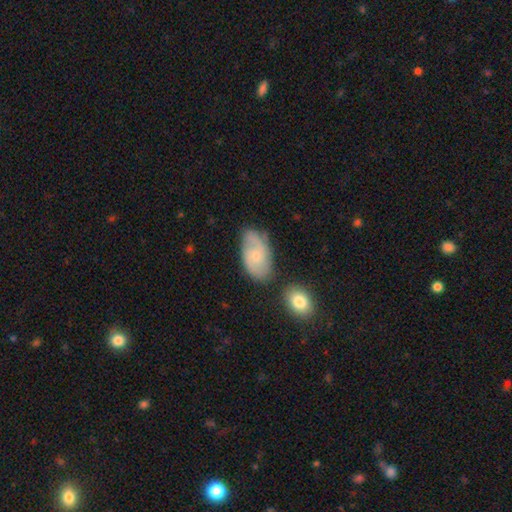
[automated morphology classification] Smooth or featured?
  - featured or disk: 62% *
  - smooth: 31%
  - star or artifact: 7%
Edge-on disk?
  - no: 96% *
  - yes: 4%
Bar?
  - no: 67% *
  - weak: 29%
  - strong: 4%
Spiral arms?
  - yes: 89% *
  - no: 11%
Spiral winding?
  - medium: 45% *
  - tight: 33%
  - loose: 21%
Spiral arm count?
  - 2: 73% *
  - can't tell: 15%
  - 3: 5%
  - 1: 3%
  - 4: 2%
  - more than 4: 2%
Bulge size?
  - small: 69% *
  - moderate: 25%
  - none: 4%
  - large: 1%
  - dominant: 1%
Merging?
  - none: 67% *
  - minor disturbance: 21%
  - merger: 7%
  - major disturbance: 5%